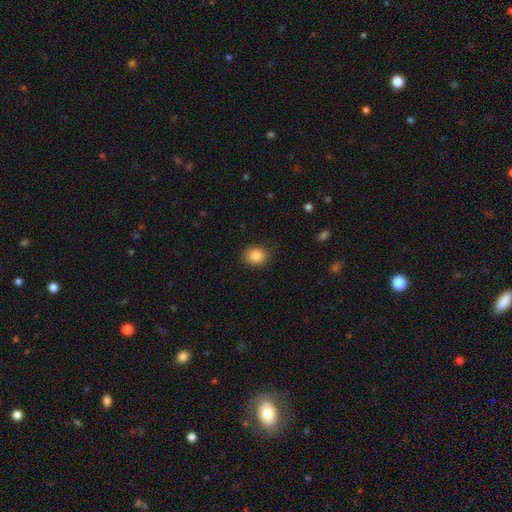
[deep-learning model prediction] A smooth galaxy with no disk features (87%) that is round (56%).

Vote fractions:
- Smooth or featured? smooth: 87% / star or artifact: 9% / featured or disk: 4%
- How rounded? round: 56% / in between: 43% / cigar-shaped: 1%
- Merging? none: 84% / minor disturbance: 12% / major disturbance: 3% / merger: 1%